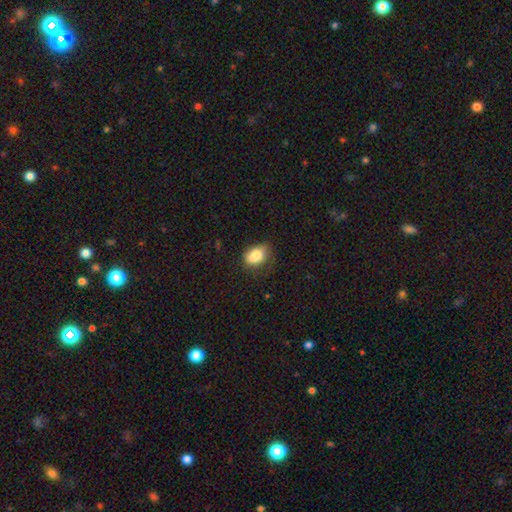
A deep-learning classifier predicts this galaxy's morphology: smooth-or-featured: smooth: 79% | featured or disk: 11% | star or artifact: 10%
  how-rounded: in between: 75% | round: 24% | cigar-shaped: 2%
  merging: none: 44% | minor disturbance: 33% | major disturbance: 12% | merger: 11%